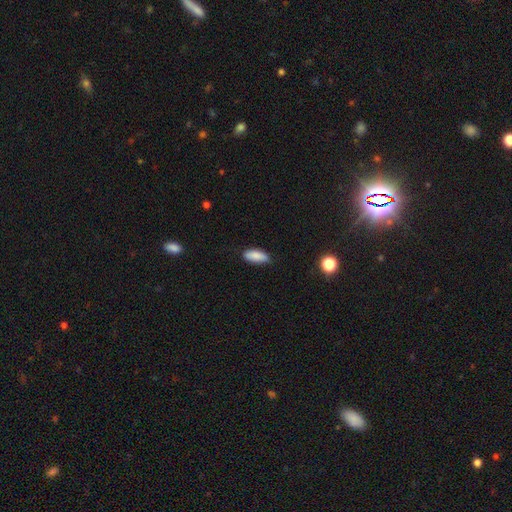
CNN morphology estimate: smooth 86%, featured or disk 7%, star or artifact 7%. Down the decision tree: how rounded — in between (78%); merging — none (79%).